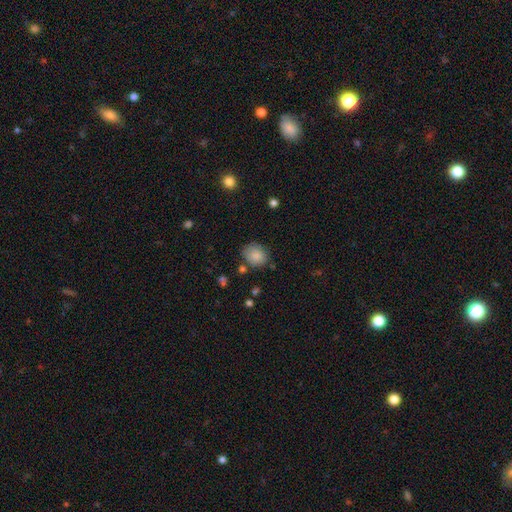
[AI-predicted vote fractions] Smooth or featured?
  - smooth: 85% *
  - star or artifact: 9%
  - featured or disk: 7%
How rounded?
  - round: 63% *
  - in between: 36%
  - cigar-shaped: 1%
Merging?
  - none: 74% *
  - minor disturbance: 17%
  - major disturbance: 5%
  - merger: 4%